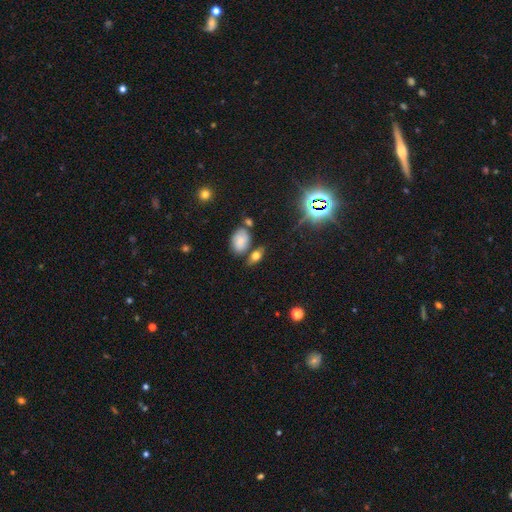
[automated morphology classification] Smooth or featured? Predicted: smooth (p=0.58). How rounded? Predicted: in between (p=0.77). Merging? Predicted: none (p=0.65).